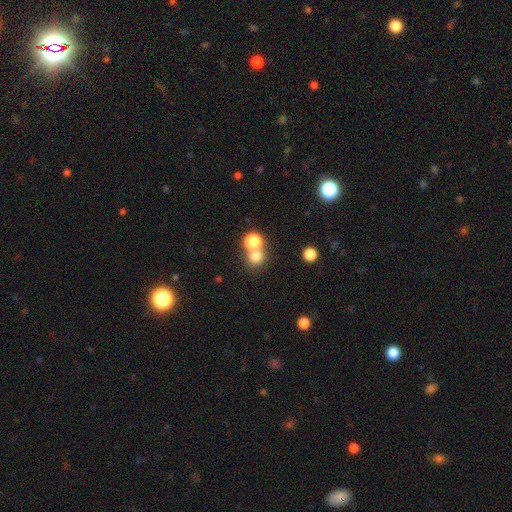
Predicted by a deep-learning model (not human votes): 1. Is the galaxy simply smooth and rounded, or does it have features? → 75% smooth, 16% star or artifact, 9% featured or disk.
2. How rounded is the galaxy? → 85% round, 14% in between, 1% cigar-shaped.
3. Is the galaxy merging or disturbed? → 53% none, 38% merger, 6% minor disturbance, 3% major disturbance.